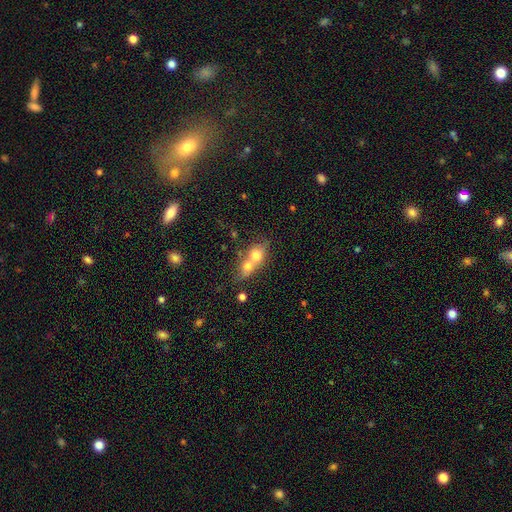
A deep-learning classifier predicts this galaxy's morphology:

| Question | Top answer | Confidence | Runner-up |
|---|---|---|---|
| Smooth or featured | smooth | 70% | featured or disk (20%) |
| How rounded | round | 56% | in between (41%) |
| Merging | merger | 75% | none (16%) |